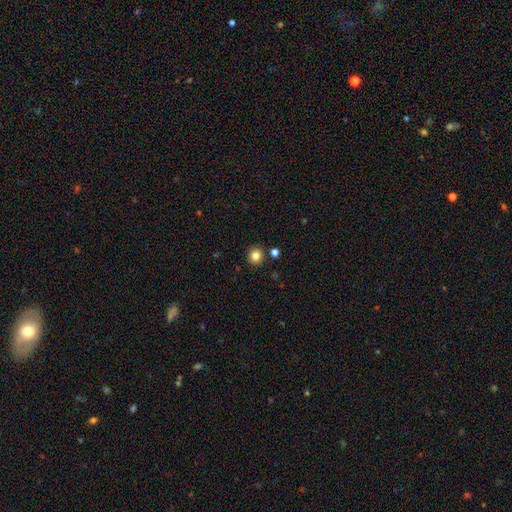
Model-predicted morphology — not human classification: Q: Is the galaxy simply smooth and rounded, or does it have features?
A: smooth — 83%.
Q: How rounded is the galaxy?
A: round — 89%.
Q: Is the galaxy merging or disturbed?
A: none — 89%.